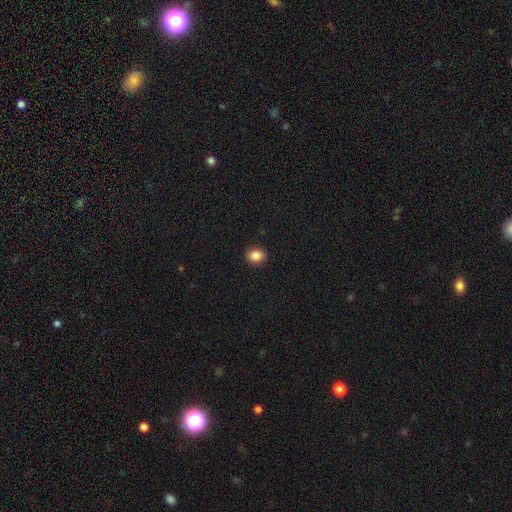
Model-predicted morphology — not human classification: This is clearly a smooth galaxy (86%). How rounded: possibly round (52%). Merging: clearly none (92%).